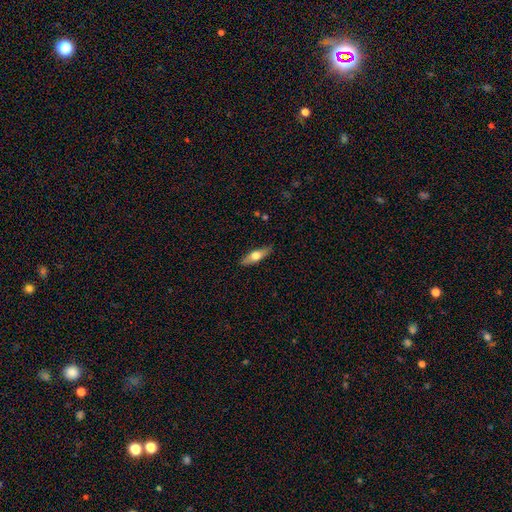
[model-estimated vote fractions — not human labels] This appears to be a smooth galaxy with no disk features (53%) that is cigar-shaped (53%). Merging: none (87%).